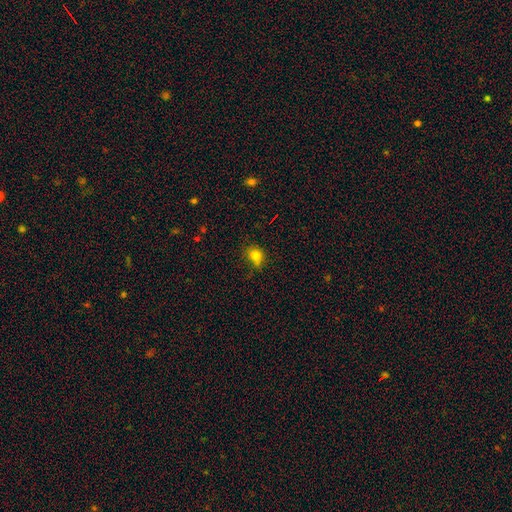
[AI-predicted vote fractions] Smooth or featured? Predicted: smooth (p=0.79). How rounded? Predicted: round (p=0.59). Merging? Predicted: none (p=0.61).